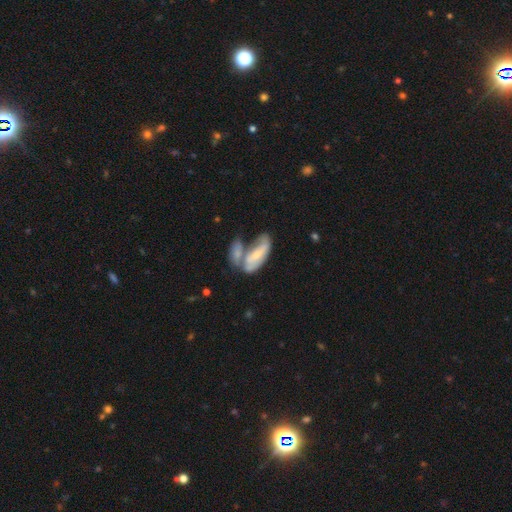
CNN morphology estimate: type=smooth (47%, tied with featured or disk); merging=merger (59%).